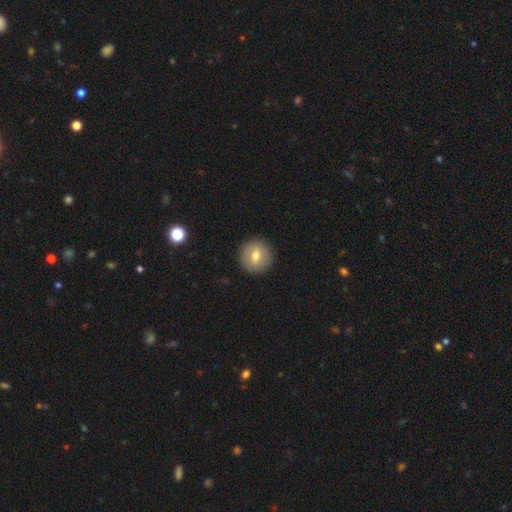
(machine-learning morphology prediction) smooth_or_featured: smooth (p=0.67) [alt: featured or disk p=0.24]
how_rounded: round (p=0.94) [alt: in between p=0.05]
merging: none (p=0.91) [alt: minor disturbance p=0.06]